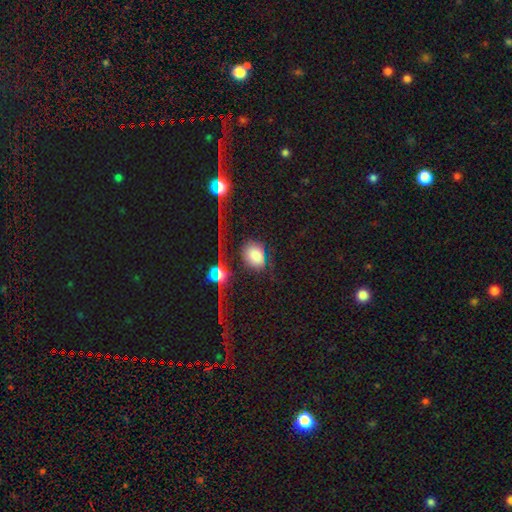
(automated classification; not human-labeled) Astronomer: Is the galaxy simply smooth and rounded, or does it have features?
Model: smooth — 68%.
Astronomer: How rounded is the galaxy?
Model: in between — 56% (runner-up: round, 42%).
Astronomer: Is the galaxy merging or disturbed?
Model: none — 63%.